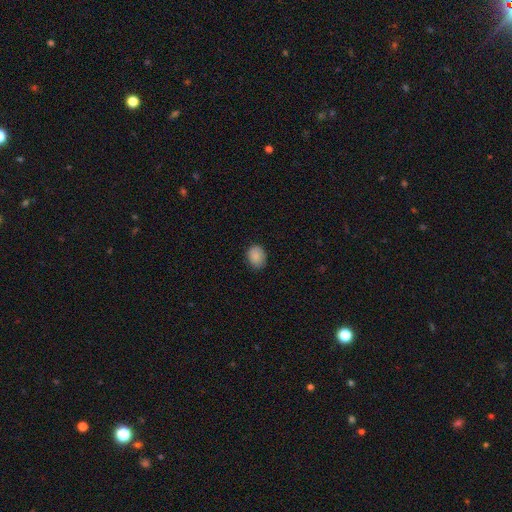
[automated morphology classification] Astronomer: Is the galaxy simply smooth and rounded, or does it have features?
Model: smooth — 87%.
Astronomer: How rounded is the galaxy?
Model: in between — 58% (runner-up: round, 42%).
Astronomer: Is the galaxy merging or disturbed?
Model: none — 82%.